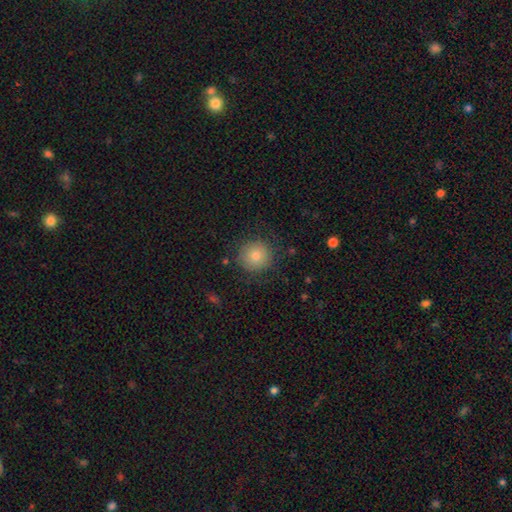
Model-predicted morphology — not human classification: A smooth galaxy with no disk features (78%) that is round (94%). Merging: none (84%).